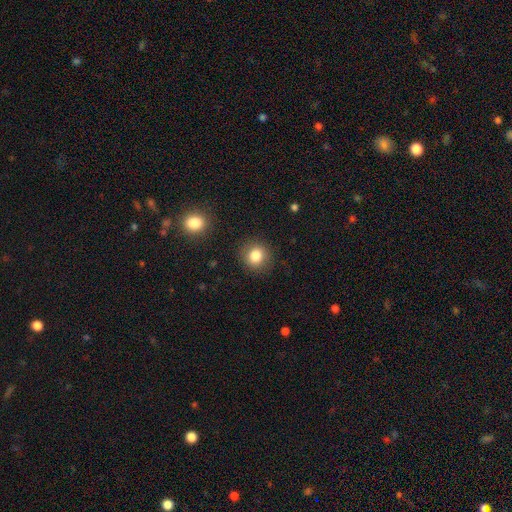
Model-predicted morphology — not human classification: This is clearly a smooth galaxy (82%). How rounded: clearly round (87%). Merging: clearly none (89%).